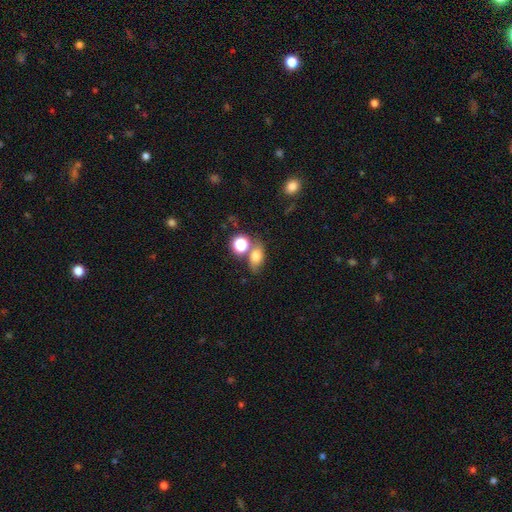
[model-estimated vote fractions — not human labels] smooth 72%, star or artifact 15%, featured or disk 13%. Down the decision tree: how rounded — in between (69%); merging — none (55%).